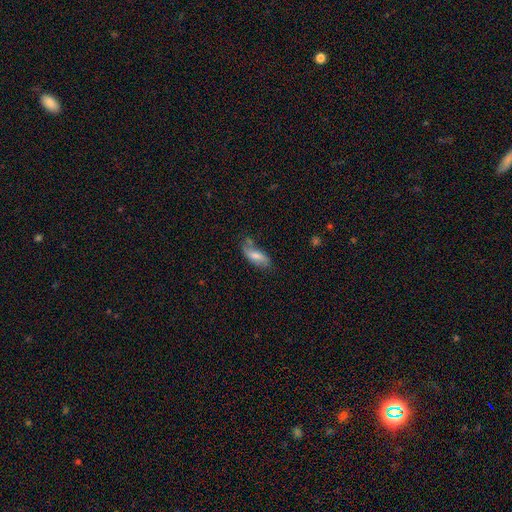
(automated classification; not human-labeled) smooth-or-featured: smooth: 69% | featured or disk: 24% | star or artifact: 7%
  how-rounded: in between: 74% | cigar-shaped: 23% | round: 3%
  merging: none: 53% | minor disturbance: 29% | major disturbance: 9% | merger: 9%